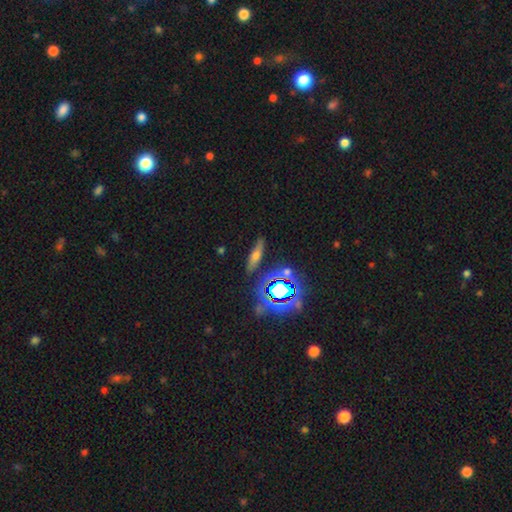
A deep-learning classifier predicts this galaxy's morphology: Smooth or featured: smooth — 46% (featured or disk — 30%)
Merging: none — 81% (minor disturbance — 12%)